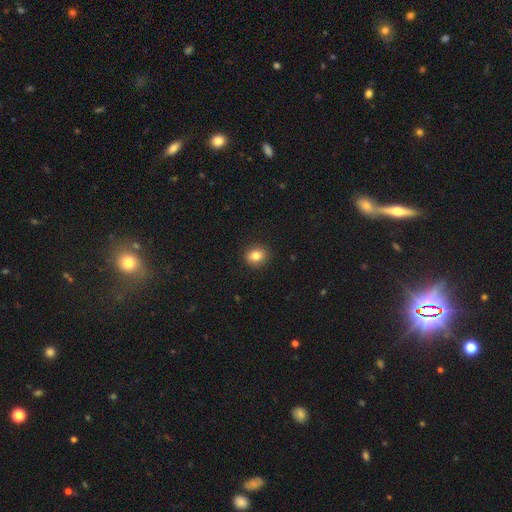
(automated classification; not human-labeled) This appears to be a smooth galaxy with no disk features (83%) that is round (74%). Merging: none (91%).